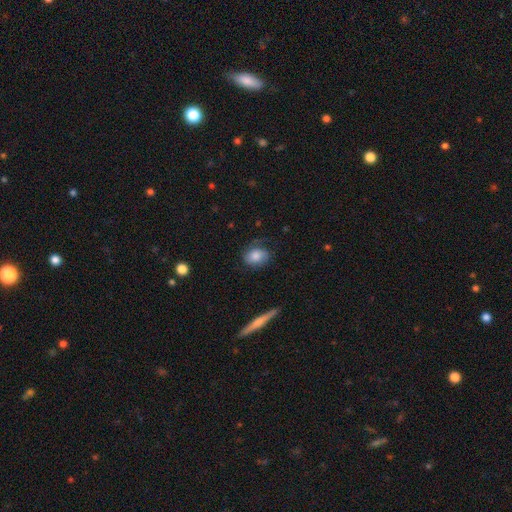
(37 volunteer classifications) A smooth galaxy with no disk features (84%) that is in between round and cigar-shaped (65%).

Vote fractions:
- Smooth or featured? smooth: 84% / featured or disk: 11% / star or artifact: 5%
- How rounded? in between: 65% / round: 35% / cigar-shaped: 0%
- Merging? none: 57% / minor disturbance: 23% / major disturbance: 17% / merger: 3%